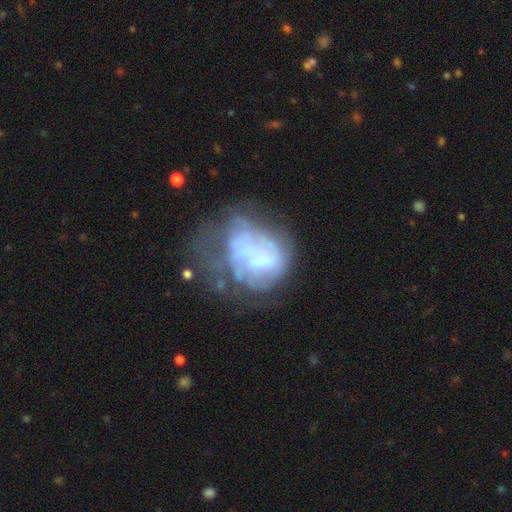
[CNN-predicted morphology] Q: Smooth or featured?
A: featured or disk (58%); runner-up: smooth (30%)
Q: Edge-on disk?
A: no (98%); runner-up: yes (2%)
Q: Bar?
A: no (76%); runner-up: weak (18%)
Q: Spiral arms?
A: no (71%); runner-up: yes (29%)
Q: Bulge size?
A: none (55%); runner-up: small (17%)
Q: Merging?
A: major disturbance (41%); runner-up: none (26%)